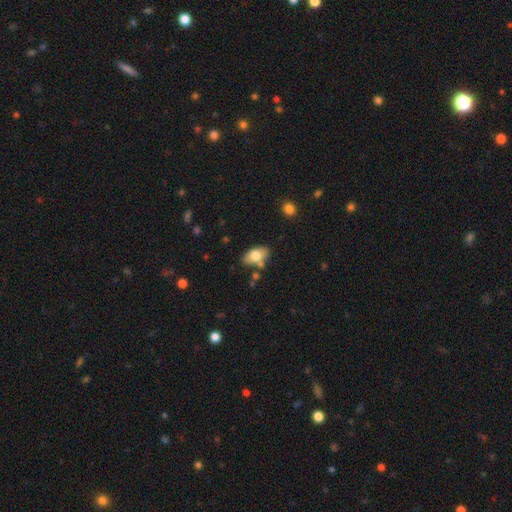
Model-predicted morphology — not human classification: Smooth or featured?
  - smooth: 75% *
  - featured or disk: 18%
  - star or artifact: 7%
How rounded?
  - in between: 92% *
  - round: 6%
  - cigar-shaped: 3%
Merging?
  - none: 71% *
  - minor disturbance: 15%
  - merger: 10%
  - major disturbance: 4%